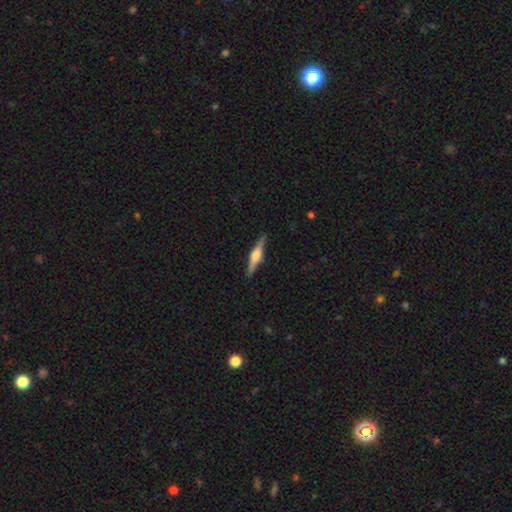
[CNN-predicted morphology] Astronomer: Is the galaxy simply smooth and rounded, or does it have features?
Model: featured or disk — 75%.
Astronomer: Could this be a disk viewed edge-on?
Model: yes — 98%.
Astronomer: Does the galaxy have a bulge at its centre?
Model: rounded — 90%.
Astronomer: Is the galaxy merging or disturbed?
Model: none — 90%.